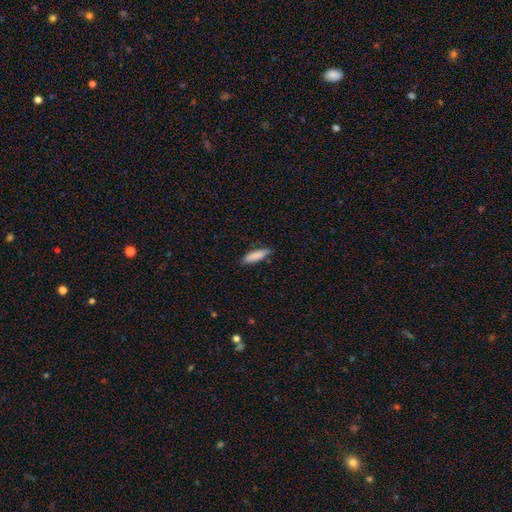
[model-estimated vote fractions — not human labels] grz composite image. It shows a smooth galaxy with no disk features (86%) that is cigar-shaped (68%). Merging: none (85%).